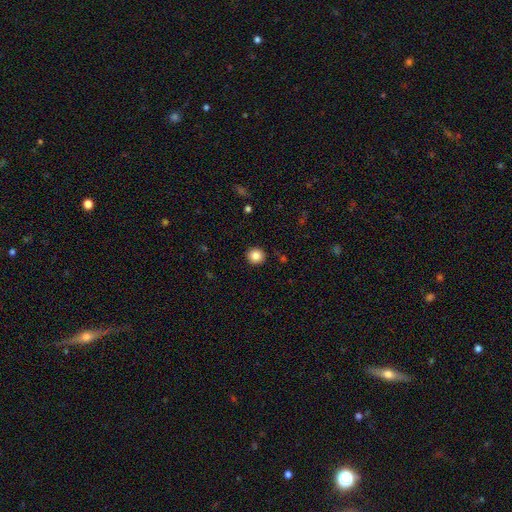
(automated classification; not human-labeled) Smooth or featured? Predicted: smooth (p=0.85). How rounded? Predicted: round (p=0.93). Merging? Predicted: none (p=0.92).